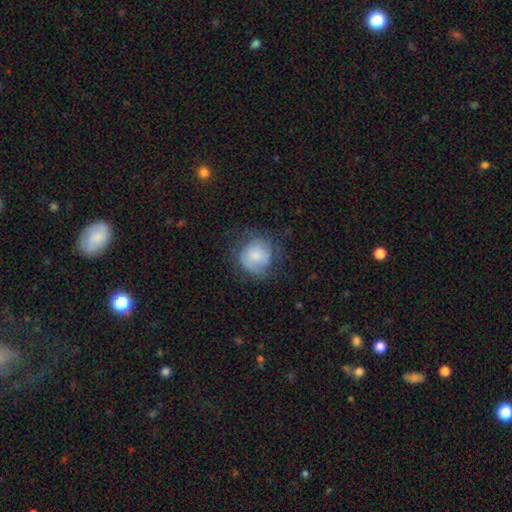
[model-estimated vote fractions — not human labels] A smooth galaxy with no disk features (52%) that is round (84%).

Vote fractions:
- Smooth or featured? smooth: 52% / featured or disk: 40% / star or artifact: 8%
- How rounded? round: 84% / in between: 15% / cigar-shaped: 1%
- Merging? none: 57% / minor disturbance: 23% / major disturbance: 18% / merger: 1%